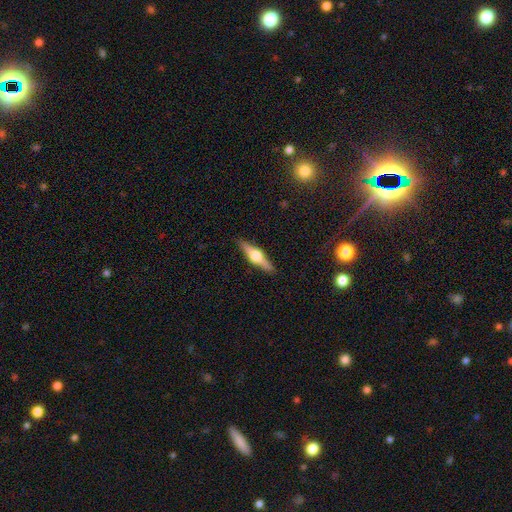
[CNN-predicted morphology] Overall: featured or disk (71%). Edge-on disk: yes (97%). Edge-on bulge: rounded (94%). Merging: none (90%).